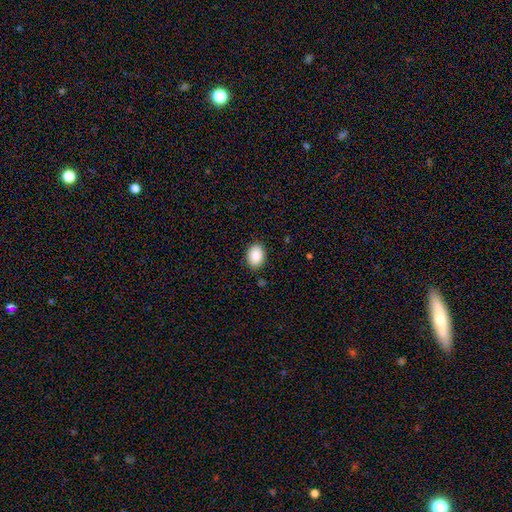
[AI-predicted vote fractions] Smooth or featured? Predicted: smooth (p=0.87). How rounded? Predicted: in between (p=0.75). Merging? Predicted: none (p=0.86).